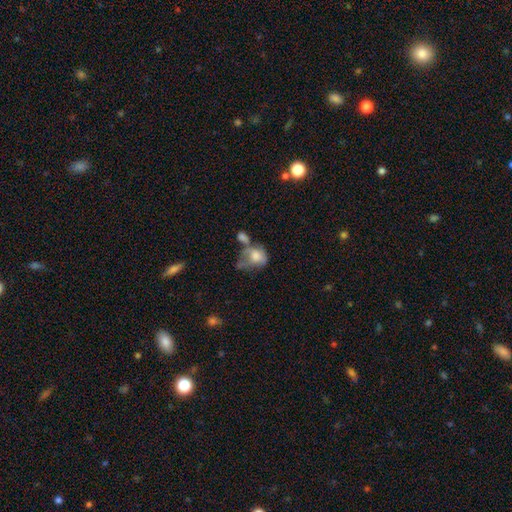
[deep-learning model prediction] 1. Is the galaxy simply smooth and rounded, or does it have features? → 64% smooth, 27% featured or disk, 9% star or artifact.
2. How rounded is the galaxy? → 61% in between, 38% round, 1% cigar-shaped.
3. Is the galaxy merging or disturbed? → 41% merger, 25% major disturbance, 18% minor disturbance, 17% none.